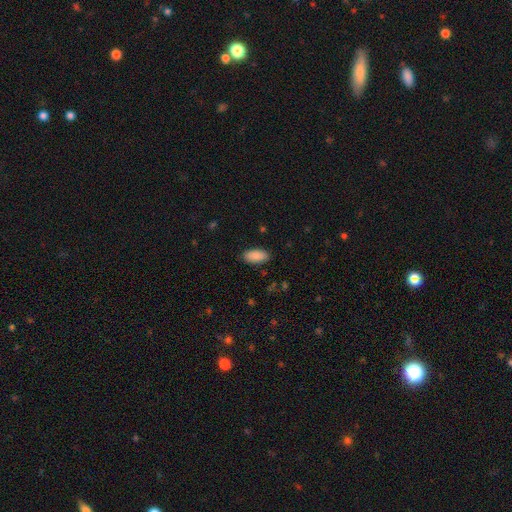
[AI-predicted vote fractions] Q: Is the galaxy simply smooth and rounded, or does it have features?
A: smooth — 90%.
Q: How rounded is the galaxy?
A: in between — 93%.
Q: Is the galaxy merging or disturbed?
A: none — 88%.